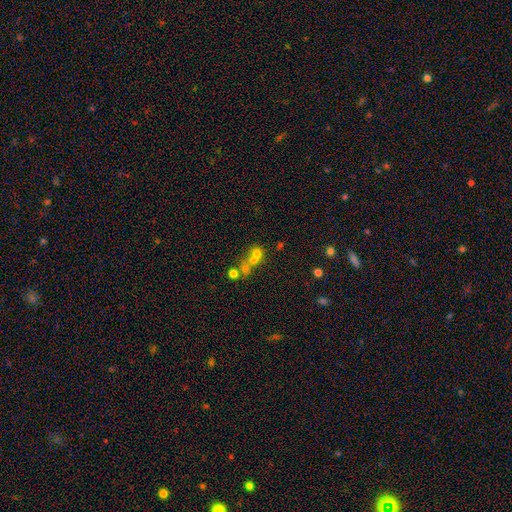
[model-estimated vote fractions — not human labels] A smooth galaxy with no disk features (59%) that is round (78%).

Vote fractions:
- Smooth or featured? smooth: 59% / featured or disk: 21% / star or artifact: 20%
- How rounded? round: 78% / in between: 21% / cigar-shaped: 1%
- Merging? merger: 55% / none: 33% / minor disturbance: 7% / major disturbance: 5%